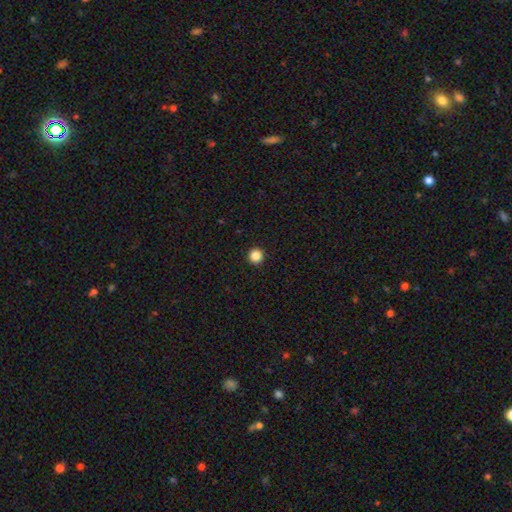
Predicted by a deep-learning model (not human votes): A smooth galaxy with no disk features (85%) that is round (95%). Merging: none (94%).